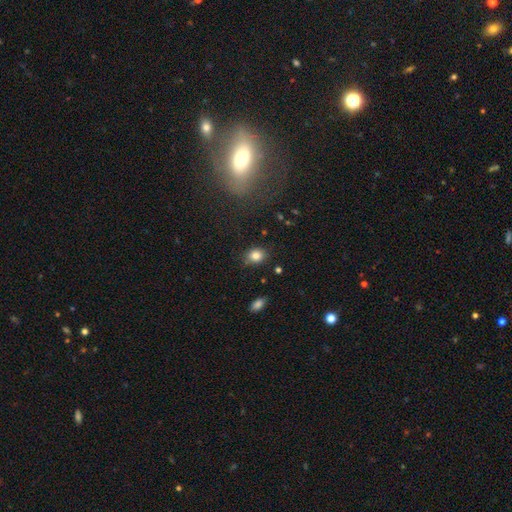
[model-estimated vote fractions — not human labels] Smooth or featured? smooth (83%)
How rounded? round (51%)
Merging? none (79%)